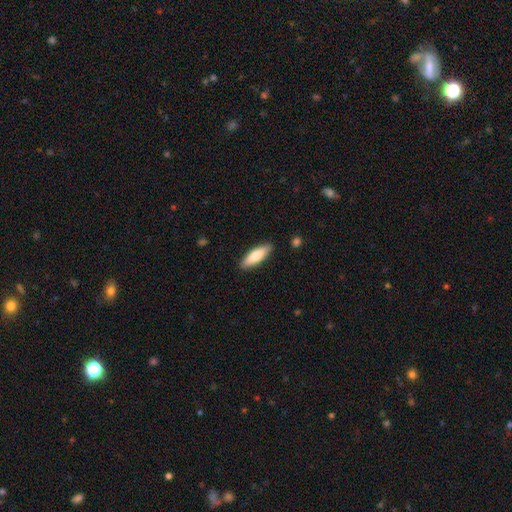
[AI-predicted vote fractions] Morphology: type=smooth (74%); roundness=cigar-shaped (49%, tied with in between); merging=none (89%).